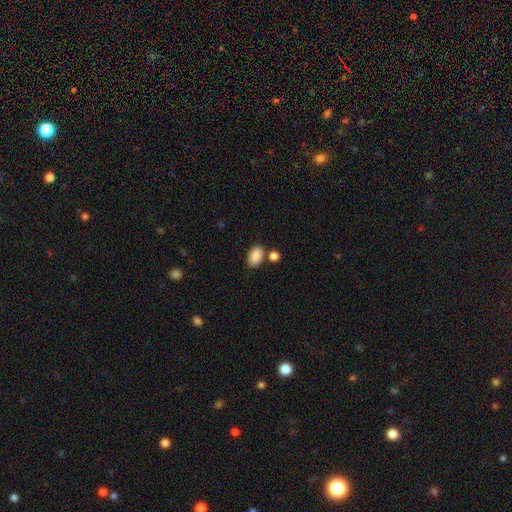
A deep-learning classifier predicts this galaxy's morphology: A smooth galaxy with no disk features (88%) that is in between round and cigar-shaped (87%).

Vote fractions:
- Smooth or featured? smooth: 88% / star or artifact: 8% / featured or disk: 4%
- How rounded? in between: 87% / round: 12% / cigar-shaped: 1%
- Merging? none: 69% / merger: 15% / minor disturbance: 13% / major disturbance: 4%